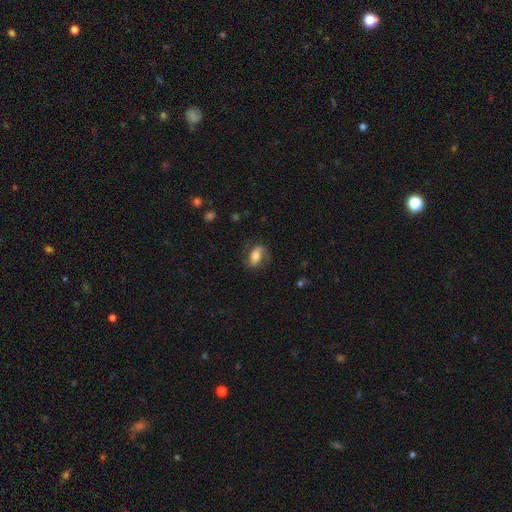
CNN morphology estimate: Overall: featured or disk (51%; smooth 41%). Edge-on disk: no (92%). Merging: none (67%).